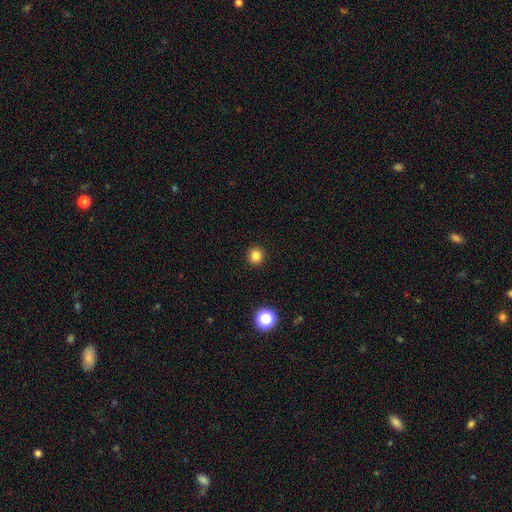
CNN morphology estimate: smooth_or_featured: smooth (p=0.83) [alt: star or artifact p=0.13]
how_rounded: round (p=0.90) [alt: in between p=0.09]
merging: none (p=0.92) [alt: minor disturbance p=0.05]